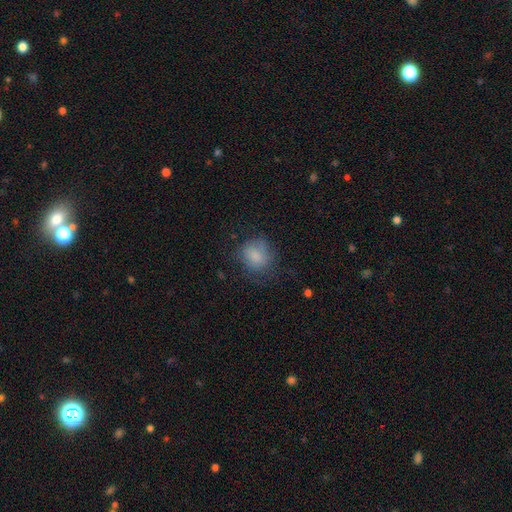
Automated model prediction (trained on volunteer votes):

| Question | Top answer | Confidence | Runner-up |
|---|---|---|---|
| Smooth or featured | smooth | 79% | featured or disk (12%) |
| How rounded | round | 71% | in between (28%) |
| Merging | none | 59% | minor disturbance (25%) |